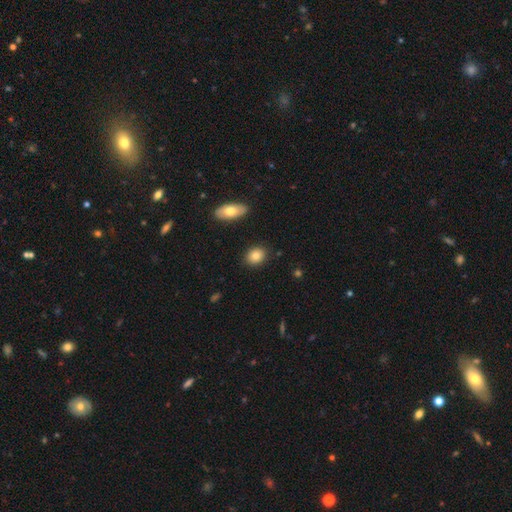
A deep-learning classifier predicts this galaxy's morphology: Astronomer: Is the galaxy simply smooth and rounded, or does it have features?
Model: smooth — 82%.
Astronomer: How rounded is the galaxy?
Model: in between — 54% (runner-up: round, 45%).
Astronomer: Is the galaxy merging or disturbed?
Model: none — 87%.